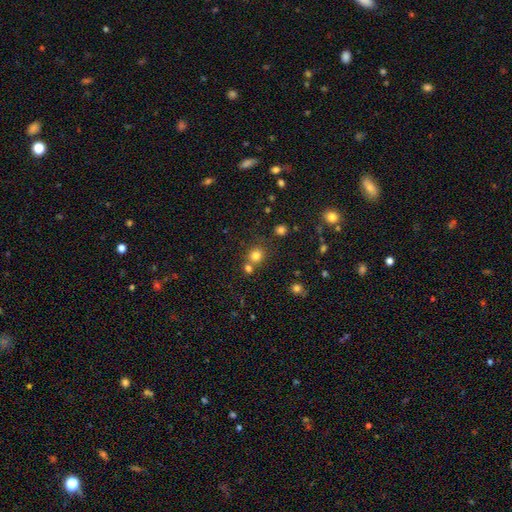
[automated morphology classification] A smooth galaxy with no disk features (78%) that is round (86%).

Vote fractions:
- Smooth or featured? smooth: 78% / star or artifact: 15% / featured or disk: 7%
- How rounded? round: 86% / in between: 13% / cigar-shaped: 1%
- Merging? none: 64% / merger: 24% / minor disturbance: 8% / major disturbance: 3%